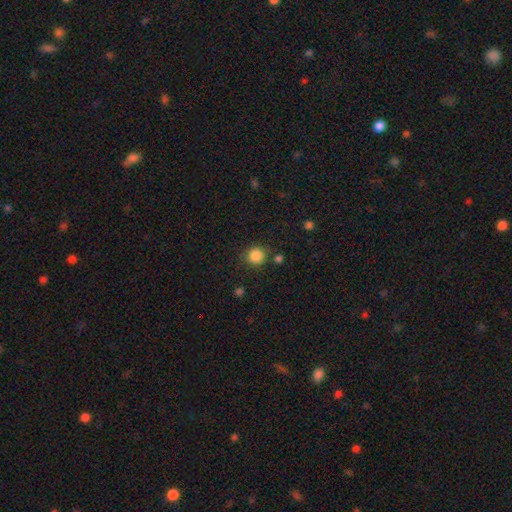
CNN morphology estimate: Smooth or featured: smooth — 86% (star or artifact — 10%)
How rounded: round — 91% (in between — 8%)
Merging: none — 83% (minor disturbance — 9%)